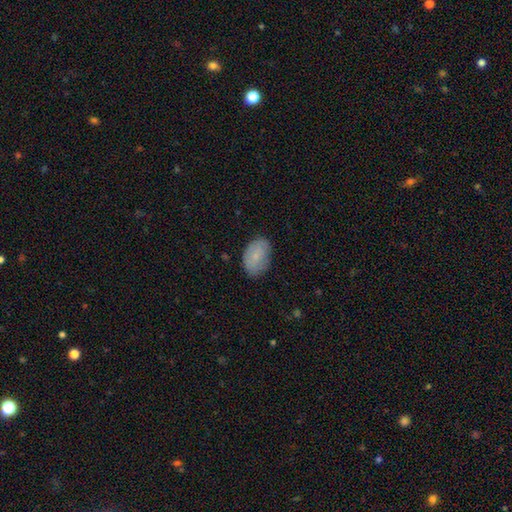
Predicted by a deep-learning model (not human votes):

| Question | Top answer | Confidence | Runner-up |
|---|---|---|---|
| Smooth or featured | smooth | 75% | featured or disk (17%) |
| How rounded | in between | 89% | round (10%) |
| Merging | none | 78% | minor disturbance (17%) |